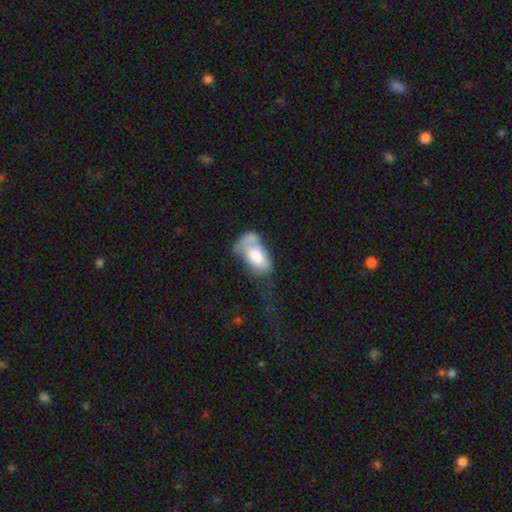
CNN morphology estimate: A smooth galaxy with no disk features (64%) that is in between round and cigar-shaped (91%). Merging: major disturbance (37%).